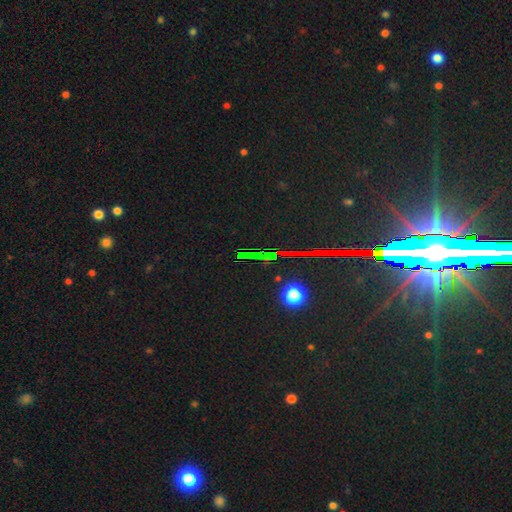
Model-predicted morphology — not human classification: A star or artifact, not a galaxy (84%).